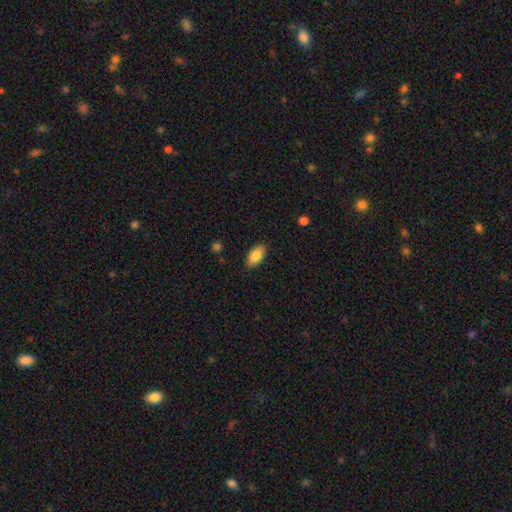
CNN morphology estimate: Q: Smooth or featured?
A: smooth (86%); runner-up: featured or disk (7%)
Q: How rounded?
A: in between (93%); runner-up: round (3%)
Q: Merging?
A: none (87%); runner-up: minor disturbance (10%)